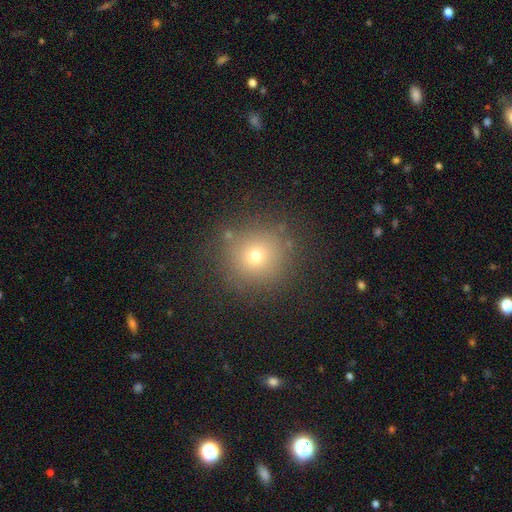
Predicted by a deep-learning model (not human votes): A smooth galaxy with no disk features (67%) that is round (92%). Merging: none (86%).